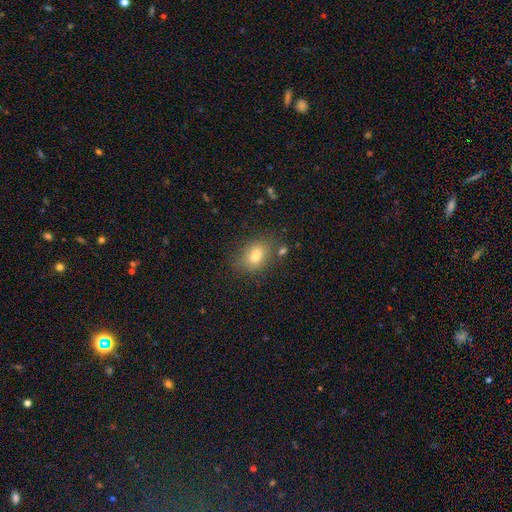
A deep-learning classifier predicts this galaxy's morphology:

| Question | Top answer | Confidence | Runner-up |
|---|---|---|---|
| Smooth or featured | smooth | 76% | star or artifact (12%) |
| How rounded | in between | 65% | round (34%) |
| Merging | none | 75% | minor disturbance (15%) |